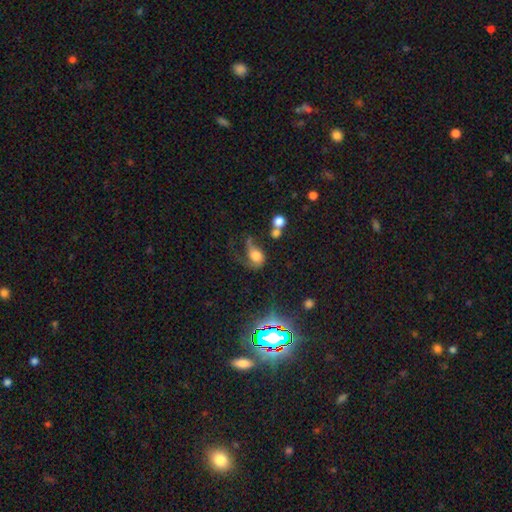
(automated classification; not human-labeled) Q: Smooth or featured?
A: smooth (49%); runner-up: featured or disk (36%)
Q: Merging?
A: major disturbance (40%); runner-up: none (26%)